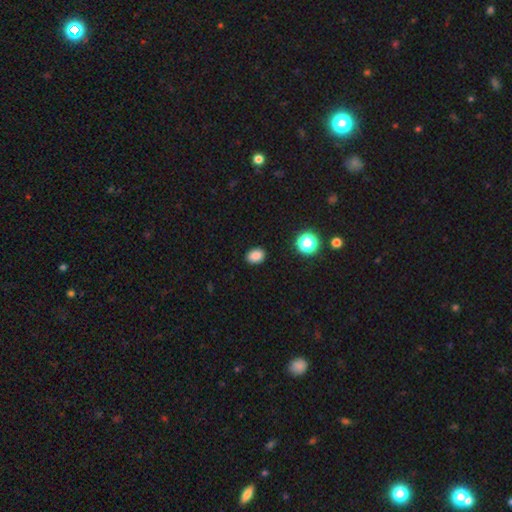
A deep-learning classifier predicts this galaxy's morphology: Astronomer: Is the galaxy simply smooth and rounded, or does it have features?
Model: smooth — 85%.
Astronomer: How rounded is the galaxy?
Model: in between — 72%.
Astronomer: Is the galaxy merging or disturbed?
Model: none — 89%.